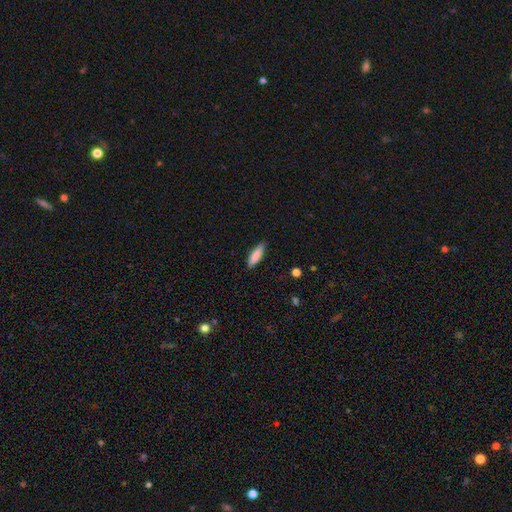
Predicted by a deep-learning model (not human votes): The model was most divided on "how rounded": cigar-shaped: 56%, in between: 42%, round: 2%. More confident: smooth or featured — smooth (86%); merging — none (85%).